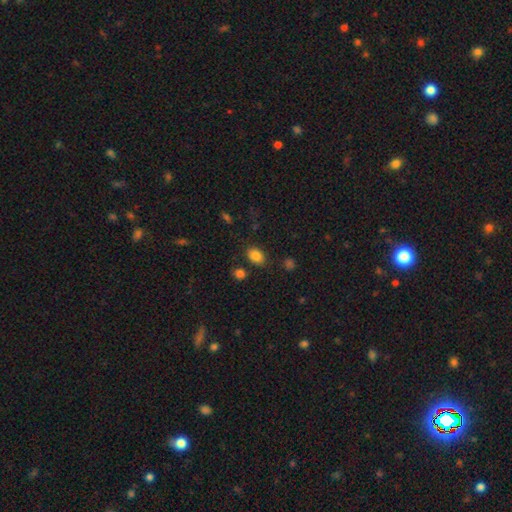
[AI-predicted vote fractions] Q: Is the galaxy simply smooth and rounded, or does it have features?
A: smooth — 85%.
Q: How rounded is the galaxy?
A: in between — 74%.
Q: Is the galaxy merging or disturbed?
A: none — 79%.